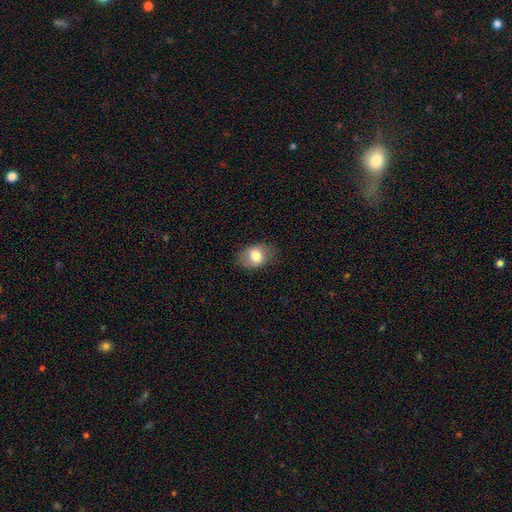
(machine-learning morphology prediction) Smooth or featured?
  - smooth: 77% *
  - featured or disk: 15%
  - star or artifact: 8%
How rounded?
  - in between: 71% *
  - round: 28%
  - cigar-shaped: 1%
Merging?
  - none: 77% *
  - minor disturbance: 17%
  - major disturbance: 5%
  - merger: 1%